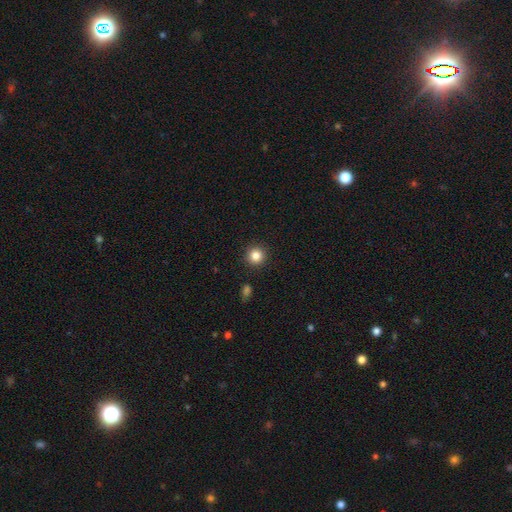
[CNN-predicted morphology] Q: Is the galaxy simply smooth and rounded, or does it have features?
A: smooth — 84%.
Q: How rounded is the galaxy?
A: round — 94%.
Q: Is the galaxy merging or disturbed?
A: none — 91%.